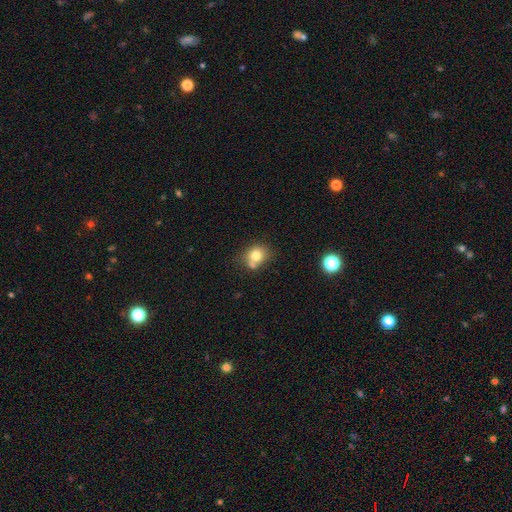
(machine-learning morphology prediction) Smooth or featured?
  - smooth: 76% *
  - featured or disk: 13%
  - star or artifact: 11%
How rounded?
  - round: 68% *
  - in between: 31%
  - cigar-shaped: 1%
Merging?
  - none: 51% *
  - merger: 28%
  - minor disturbance: 15%
  - major disturbance: 5%